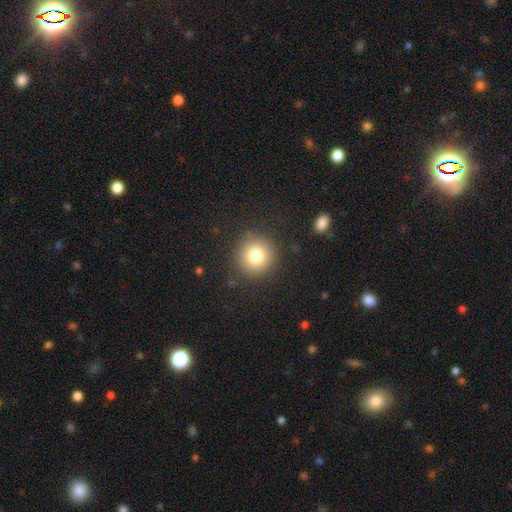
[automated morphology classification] smooth 80%, star or artifact 12%, featured or disk 9%. Down the decision tree: how rounded — round (94%); merging — none (88%).